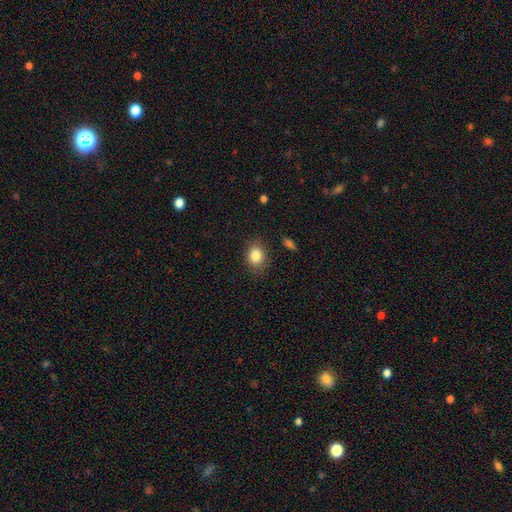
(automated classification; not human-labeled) This is clearly a smooth galaxy (85%). How rounded: possibly in between (53%). Merging: clearly none (82%).